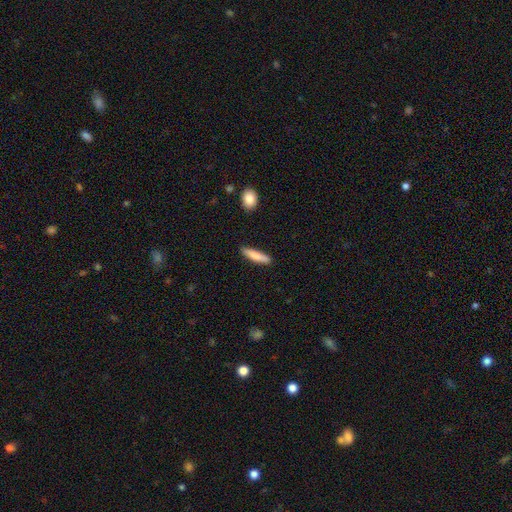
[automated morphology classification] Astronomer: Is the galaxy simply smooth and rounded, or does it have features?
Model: smooth — 80%.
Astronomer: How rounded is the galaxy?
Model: cigar-shaped — 80%.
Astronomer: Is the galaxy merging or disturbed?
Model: none — 85%.